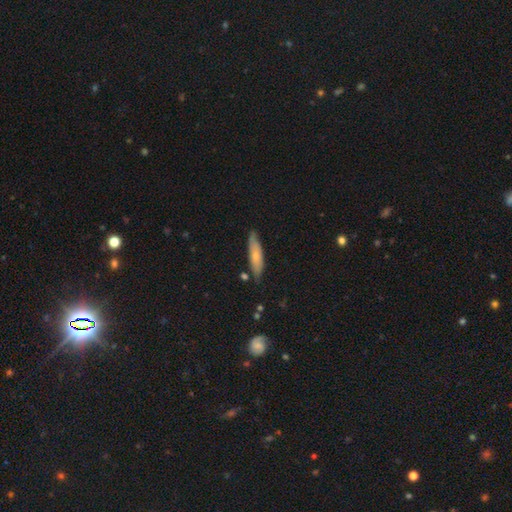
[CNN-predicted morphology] Overall: smooth (66%; featured or disk 29%). How rounded: cigar-shaped (72%). Merging: none (77%).